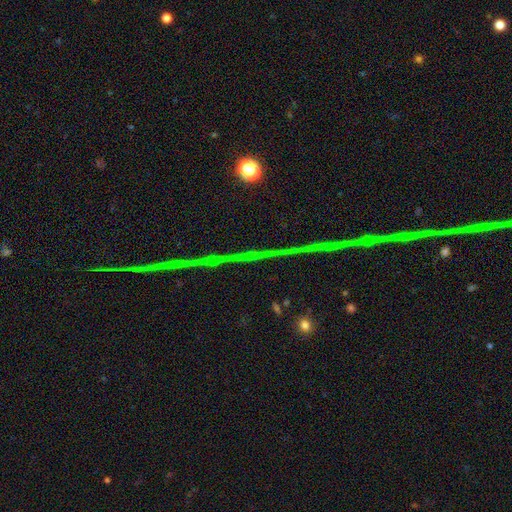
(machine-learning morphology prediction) type=star or artifact (72%).